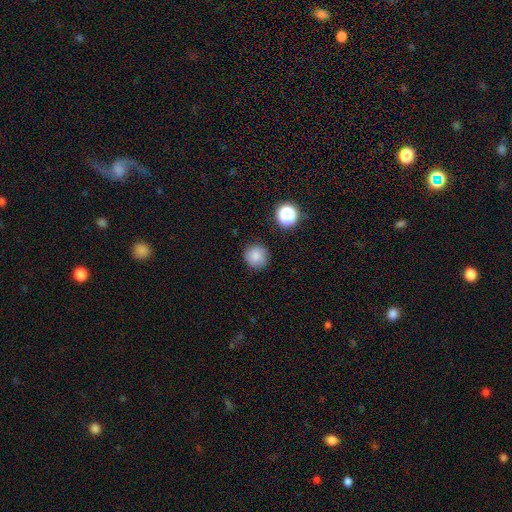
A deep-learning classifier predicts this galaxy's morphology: smooth 82%, star or artifact 11%, featured or disk 7%. Down the decision tree: how rounded — round (94%); merging — none (88%).